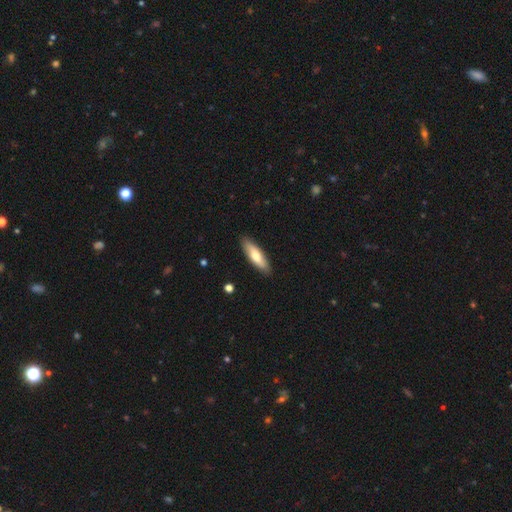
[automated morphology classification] Overall: smooth (70%). How rounded: cigar-shaped (56%; in between 43%). Merging: none (88%).